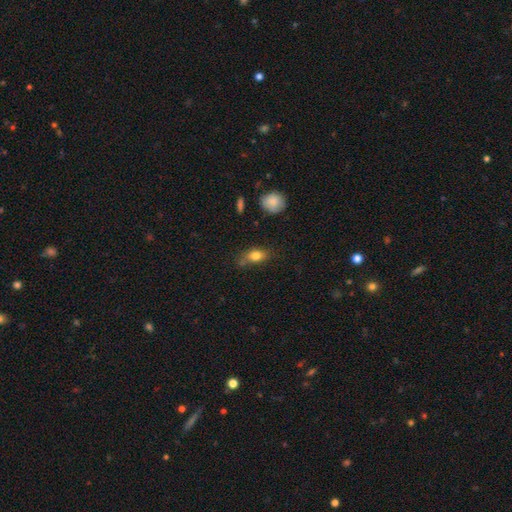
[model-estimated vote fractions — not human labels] The model was most divided on "merging": none: 61%, minor disturbance: 26%, major disturbance: 7%, merger: 6%. More confident: how rounded — in between (80%); smooth or featured — smooth (79%).